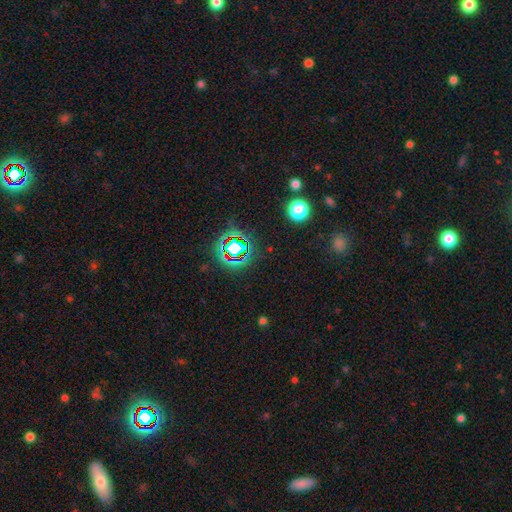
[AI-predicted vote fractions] A star or artifact, not a galaxy (70%).